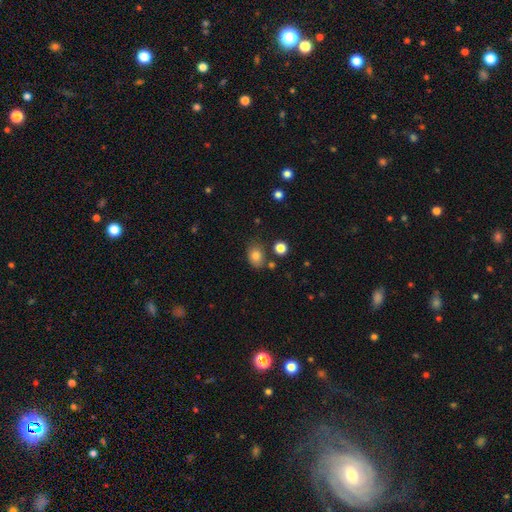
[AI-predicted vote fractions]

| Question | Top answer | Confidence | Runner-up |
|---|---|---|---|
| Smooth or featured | smooth | 81% | star or artifact (11%) |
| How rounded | in between | 66% | round (33%) |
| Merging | none | 72% | minor disturbance (16%) |